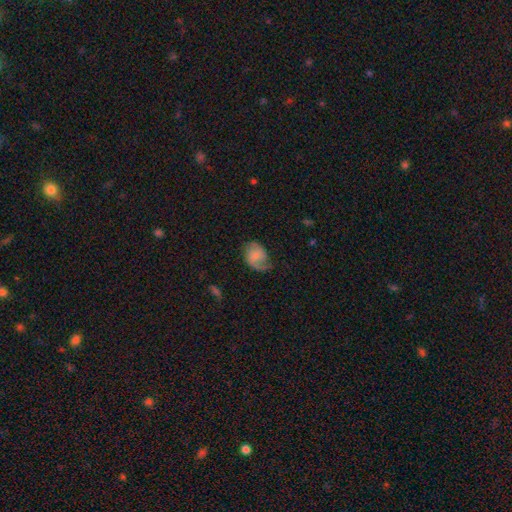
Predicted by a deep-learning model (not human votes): Smooth or featured? featured or disk (56%)
Edge-on disk? no (97%)
Bar? no (58%)
Spiral arms? yes (90%)
Bulge size? small (46%)
Merging? none (52%)